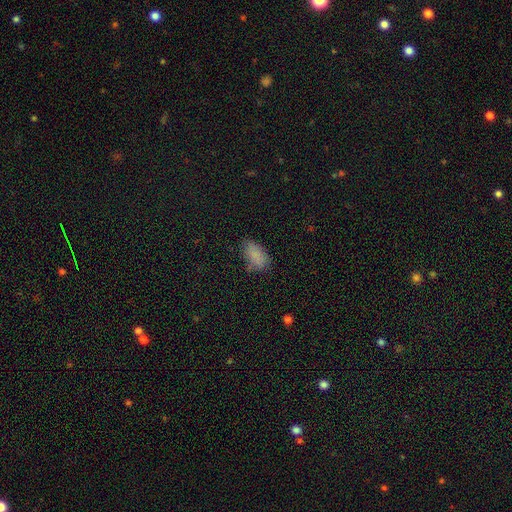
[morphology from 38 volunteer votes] smooth_or_featured: smooth (p=0.82) [alt: featured or disk p=0.11]
how_rounded: in between (p=0.84) [alt: cigar-shaped p=0.13]
merging: none (p=0.46) [alt: minor disturbance p=0.37]